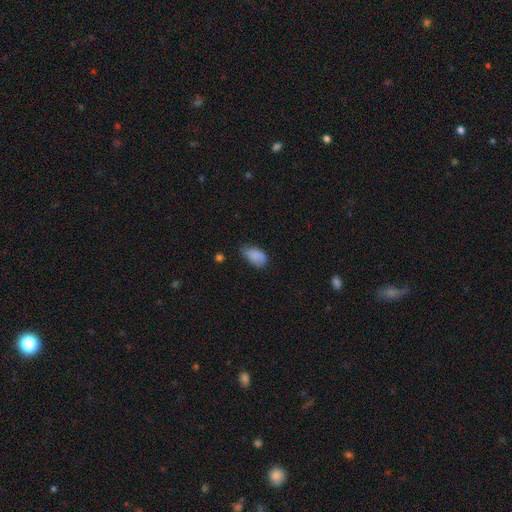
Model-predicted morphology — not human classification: This is clearly a smooth galaxy (83%). How rounded: clearly in between (91%). Merging: possibly none (50%).